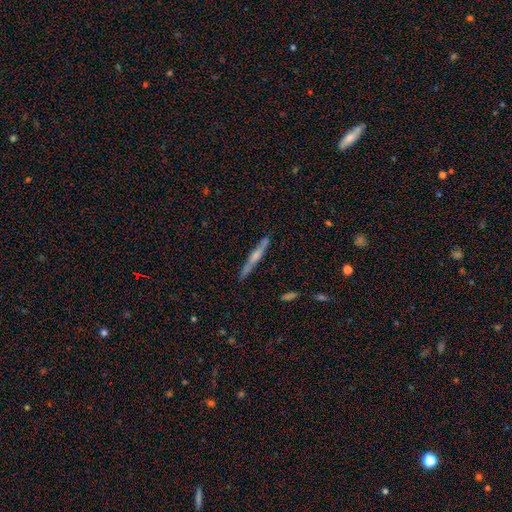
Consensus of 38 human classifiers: Smooth or featured? 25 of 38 (66%) said featured or disk. Edge-on disk? 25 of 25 (100%) said yes. Edge-on bulge? 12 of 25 (48%) said rounded. Merging? 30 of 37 (81%) said none.